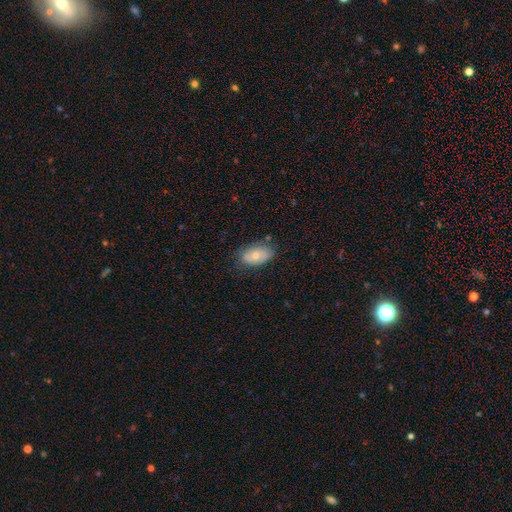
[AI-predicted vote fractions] Smooth or featured: smooth — 63% (featured or disk — 31%)
How rounded: in between — 91% (round — 7%)
Merging: none — 70% (minor disturbance — 23%)